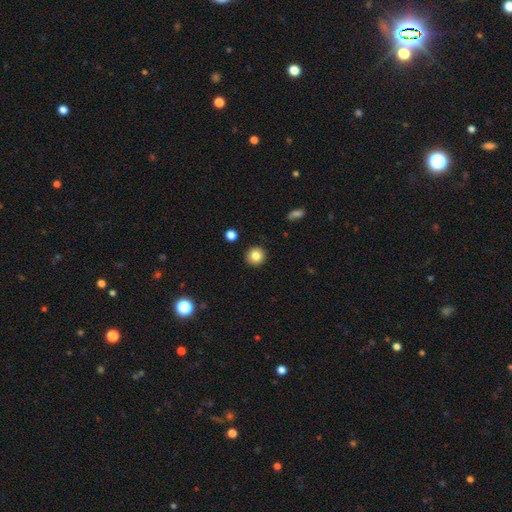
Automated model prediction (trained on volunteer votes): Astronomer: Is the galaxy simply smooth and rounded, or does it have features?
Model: smooth — 83%.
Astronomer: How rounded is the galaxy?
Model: round — 94%.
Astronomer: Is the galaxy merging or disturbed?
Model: none — 92%.